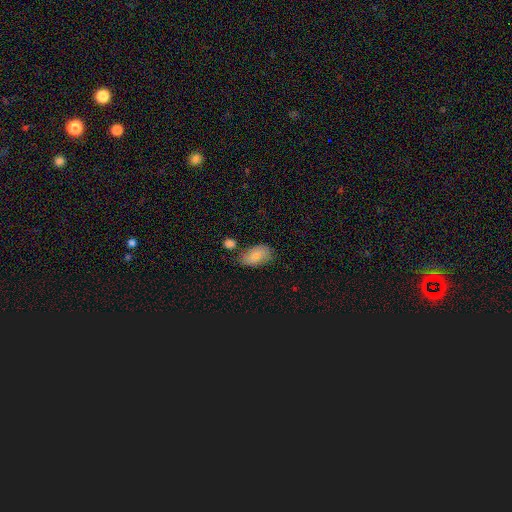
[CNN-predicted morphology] Smooth or featured?
  - smooth: 77% *
  - featured or disk: 16%
  - star or artifact: 7%
How rounded?
  - in between: 92% *
  - round: 6%
  - cigar-shaped: 2%
Merging?
  - none: 60% *
  - minor disturbance: 23%
  - merger: 10%
  - major disturbance: 6%